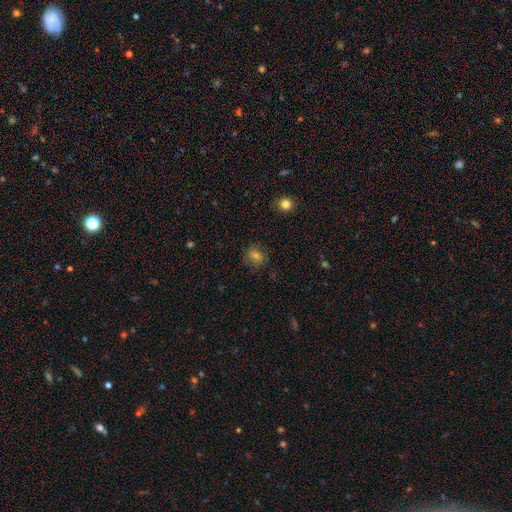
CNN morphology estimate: Smooth or featured: smooth — 61% (star or artifact — 25%)
How rounded: round — 76% (in between — 23%)
Merging: none — 82% (minor disturbance — 12%)